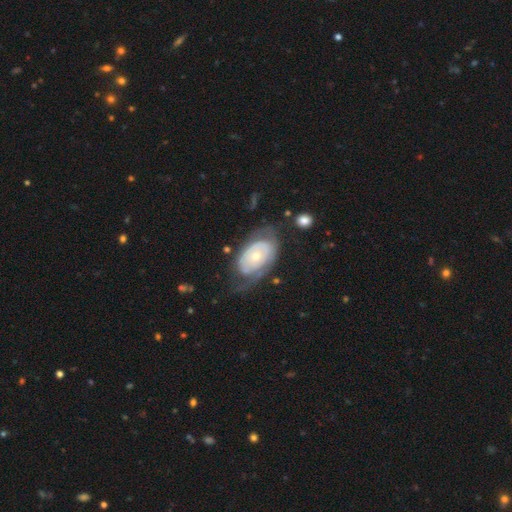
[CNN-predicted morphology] This appears to be a featured or disk galaxy (64%) with no bar (84%), spiral arms (56%) and a small central bulge (55%). Merging: none (50%).